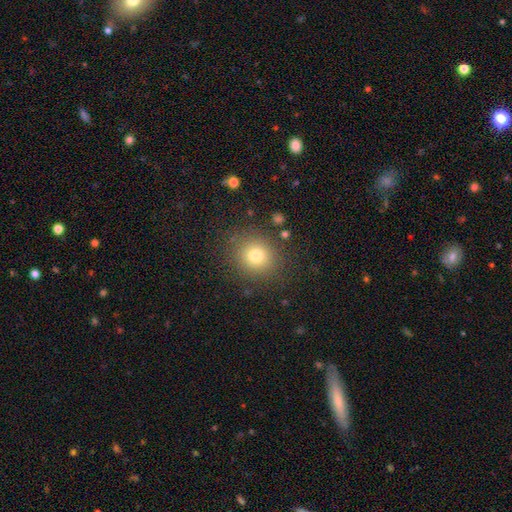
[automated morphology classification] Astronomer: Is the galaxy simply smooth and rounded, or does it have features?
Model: smooth — 76%.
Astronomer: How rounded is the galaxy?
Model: round — 85%.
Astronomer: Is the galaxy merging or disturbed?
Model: none — 86%.